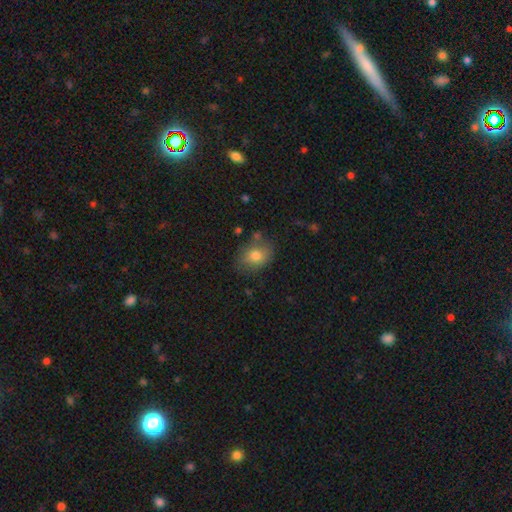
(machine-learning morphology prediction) A smooth galaxy with no disk features (77%) that is in between round and cigar-shaped (67%).

Vote fractions:
- Smooth or featured? smooth: 77% / featured or disk: 14% / star or artifact: 9%
- How rounded? in between: 67% / round: 32% / cigar-shaped: 1%
- Merging? none: 70% / minor disturbance: 20% / major disturbance: 5% / merger: 4%